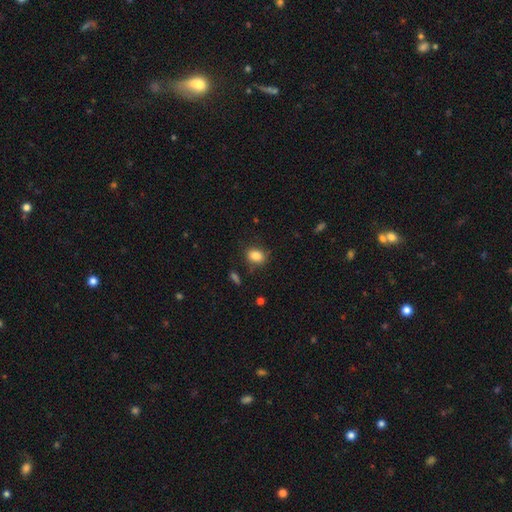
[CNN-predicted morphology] This is clearly a smooth galaxy (84%). How rounded: likely in between (68%). Merging: likely none (79%).